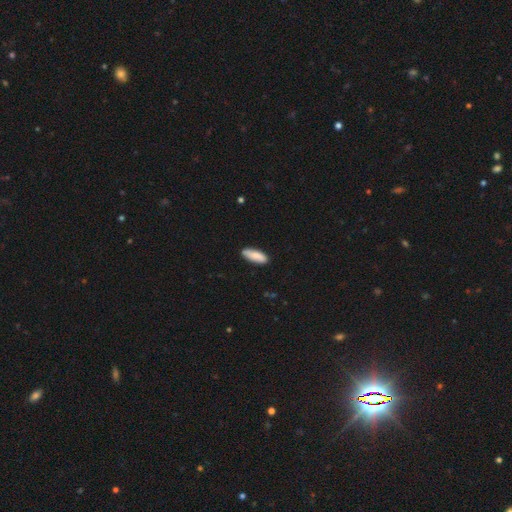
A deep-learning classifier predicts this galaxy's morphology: smooth-or-featured: smooth: 85% | featured or disk: 10% | star or artifact: 5%
  how-rounded: in between: 65% | cigar-shaped: 34% | round: 2%
  merging: none: 86% | minor disturbance: 11% | major disturbance: 2% | merger: 1%